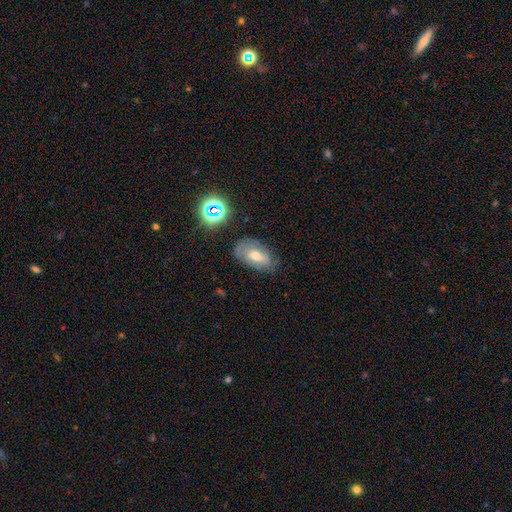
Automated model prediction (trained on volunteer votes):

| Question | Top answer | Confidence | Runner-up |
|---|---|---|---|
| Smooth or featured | smooth | 50% | featured or disk (36%) |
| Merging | none | 68% | minor disturbance (23%) |